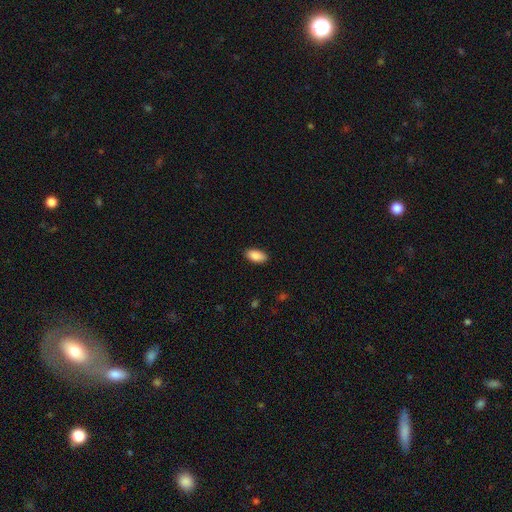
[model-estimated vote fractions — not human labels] Smooth or featured? Predicted: smooth (p=0.89). How rounded? Predicted: in between (p=0.93). Merging? Predicted: none (p=0.88).